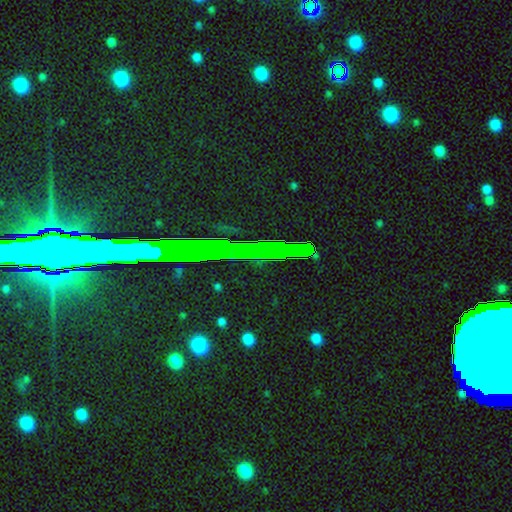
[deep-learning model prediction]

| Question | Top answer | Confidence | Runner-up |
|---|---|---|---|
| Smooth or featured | star or artifact | 71% | smooth (17%) |